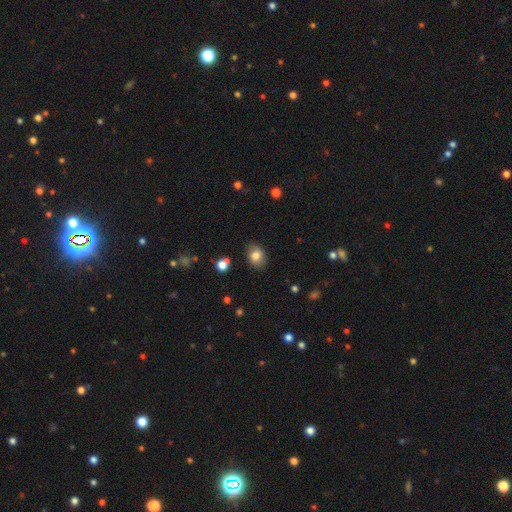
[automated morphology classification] Smooth or featured? Predicted: smooth (p=0.80). How rounded? Predicted: in between (p=0.65). Merging? Predicted: none (p=0.84).